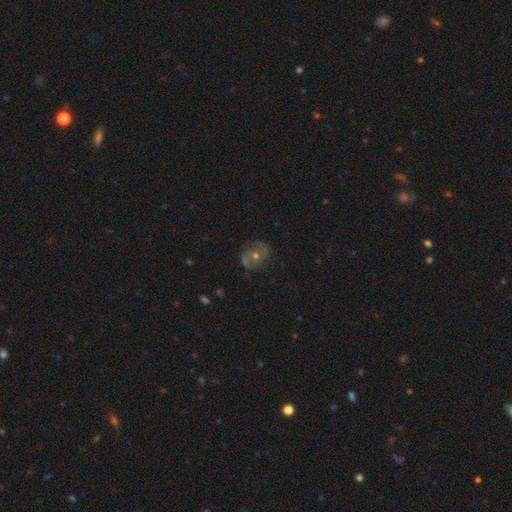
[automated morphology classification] Smooth or featured? Predicted: featured or disk (p=0.59). Edge-on disk? Predicted: no (p=0.96). Bar? Predicted: no (p=0.74). Spiral arms? Predicted: yes (p=0.66). Bulge size? Predicted: moderate (p=0.57). Merging? Predicted: none (p=0.73).